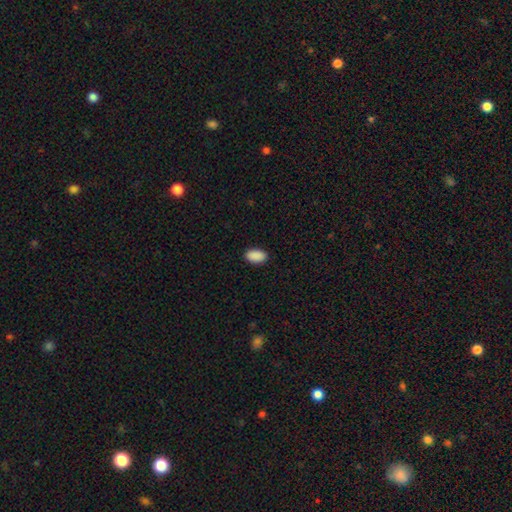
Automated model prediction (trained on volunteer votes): A smooth galaxy with no disk features (91%) that is in between round and cigar-shaped (94%). Merging: none (90%).